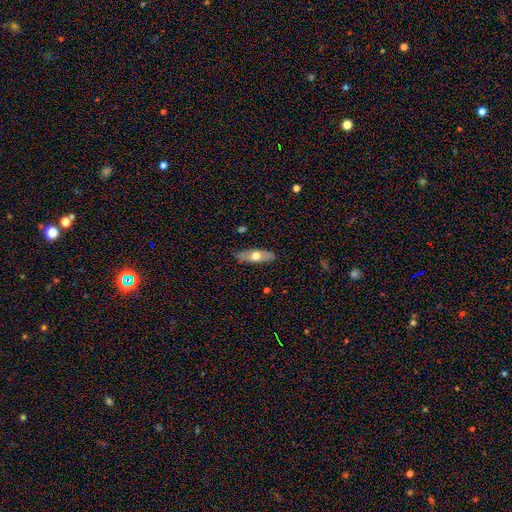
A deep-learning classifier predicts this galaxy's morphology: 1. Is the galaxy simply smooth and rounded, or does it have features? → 55% smooth, 39% featured or disk, 6% star or artifact.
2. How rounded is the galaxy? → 61% in between, 37% cigar-shaped, 3% round.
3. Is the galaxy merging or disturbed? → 85% none, 12% minor disturbance, 2% major disturbance, 1% merger.